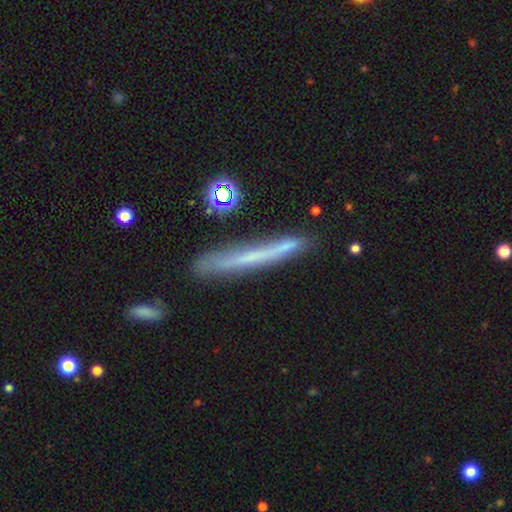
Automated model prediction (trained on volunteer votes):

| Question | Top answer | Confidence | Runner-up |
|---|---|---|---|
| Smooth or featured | featured or disk | 46% | smooth (45%) |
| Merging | none | 75% | minor disturbance (17%) |